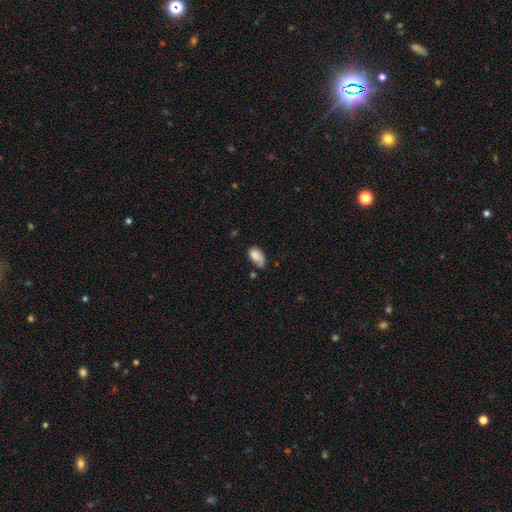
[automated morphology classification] This is likely a smooth galaxy (78%). How rounded: clearly in between (92%). Merging: marginally none (41%).